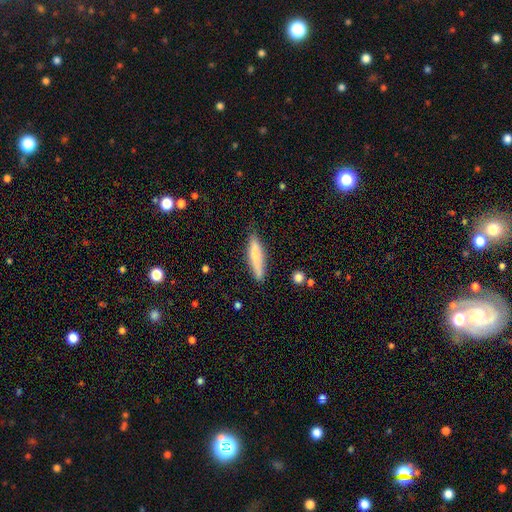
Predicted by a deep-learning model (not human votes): Smooth or featured?
  - smooth: 69% *
  - featured or disk: 25%
  - star or artifact: 6%
How rounded?
  - cigar-shaped: 80% *
  - in between: 18%
  - round: 2%
Merging?
  - none: 81% *
  - minor disturbance: 15%
  - major disturbance: 3%
  - merger: 2%